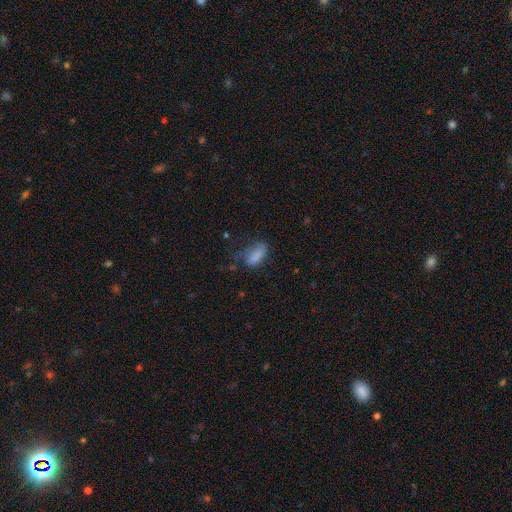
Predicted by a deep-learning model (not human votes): Morphology: type=smooth (78%); roundness=in between (85%); merging=none (35%).